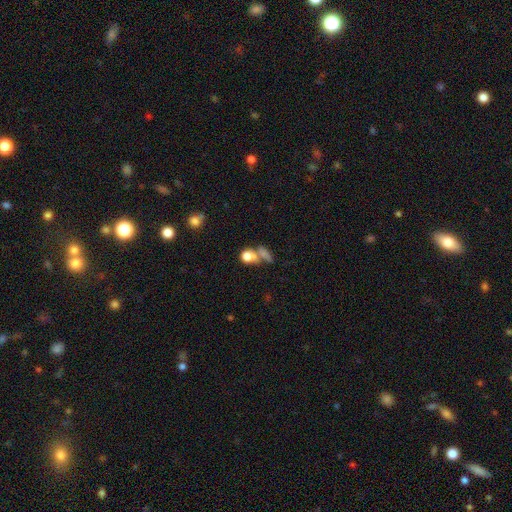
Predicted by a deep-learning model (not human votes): smooth_or_featured: smooth (p=0.68) [alt: star or artifact p=0.17]
how_rounded: round (p=0.62) [alt: in between p=0.30]
merging: none (p=0.42) [alt: merger p=0.38]